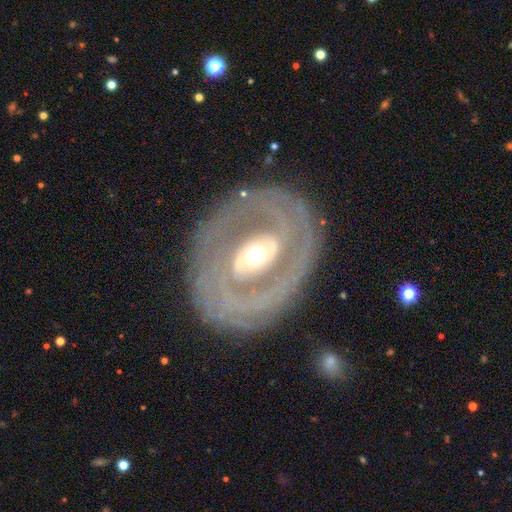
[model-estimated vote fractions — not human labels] This appears to be a featured or disk galaxy (84%) with a weak bar (34%), 2 (58%) tight (64%) spiral arms (81%) and a moderate central bulge (64%). Merging: none (81%).